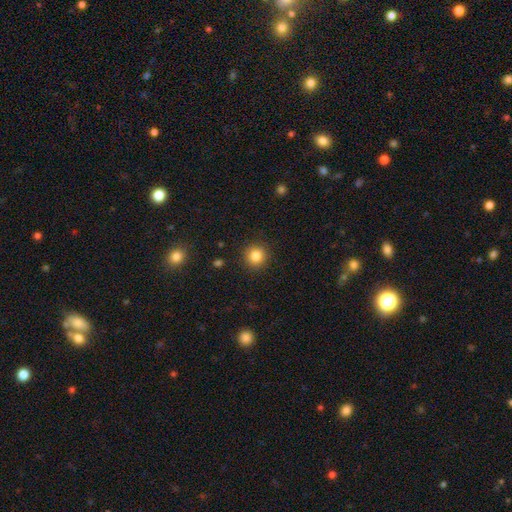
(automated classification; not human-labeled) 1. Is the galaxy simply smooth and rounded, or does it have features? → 84% smooth, 11% star or artifact, 5% featured or disk.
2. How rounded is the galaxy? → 94% round, 5% in between, 1% cigar-shaped.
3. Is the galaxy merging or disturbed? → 91% none, 6% minor disturbance, 2% major disturbance, 1% merger.